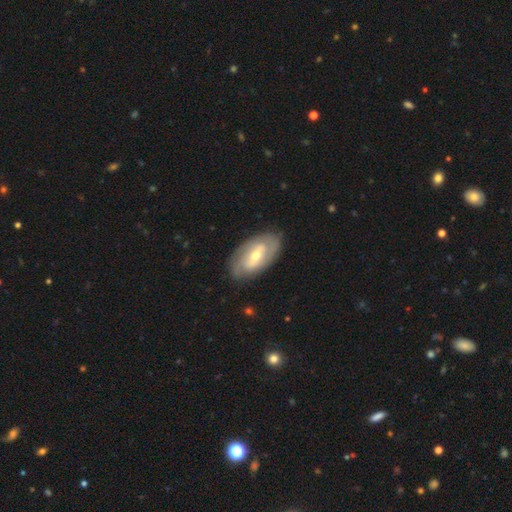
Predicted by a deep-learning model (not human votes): A featured or disk galaxy (70%) with a weak bar (43%), spiral arms (75%) and a moderate central bulge (58%).

Vote fractions:
- Smooth or featured? featured or disk: 70% / smooth: 25% / star or artifact: 5%
- Edge-on disk? no: 92% / yes: 8%
- Bar? weak: 43% / strong: 32% / no: 25%
- Spiral arms? yes: 75% / no: 25%
- Bulge size? moderate: 58% / small: 37% / large: 3% / none: 1% / dominant: 1%
- Merging? none: 81% / minor disturbance: 14% / major disturbance: 4% / merger: 1%